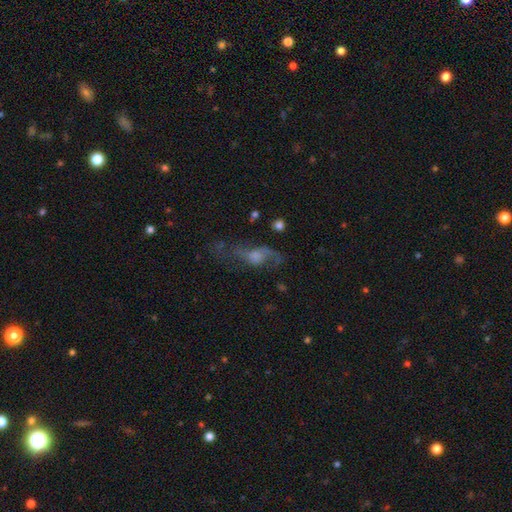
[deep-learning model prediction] A featured or disk galaxy (62%).

Vote fractions:
- Smooth or featured? featured or disk: 62% / smooth: 22% / star or artifact: 16%
- Edge-on disk? no: 79% / yes: 21%
- Merging? none: 51% / major disturbance: 26% / minor disturbance: 19% / merger: 4%